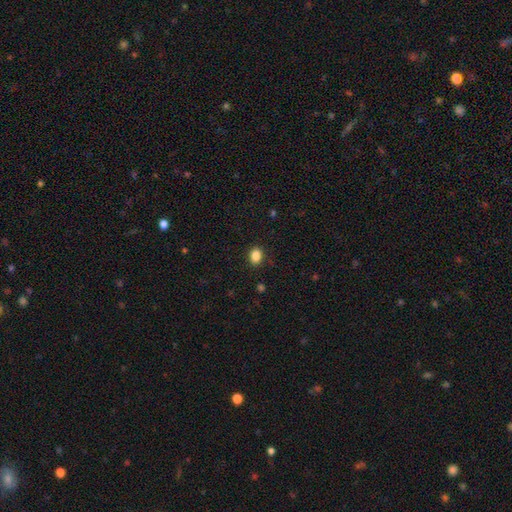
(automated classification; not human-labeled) A smooth galaxy with no disk features (87%) that is in between round and cigar-shaped (71%). Merging: none (87%).